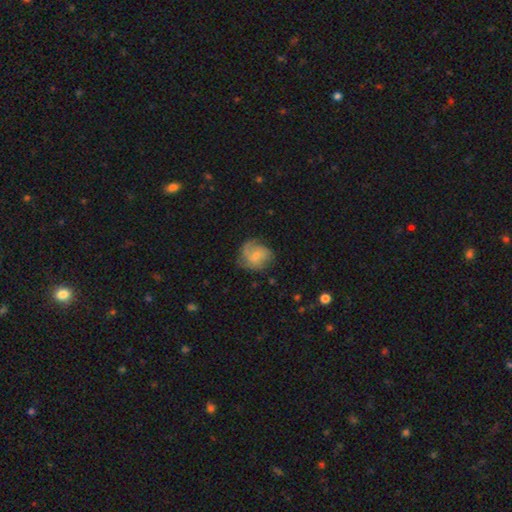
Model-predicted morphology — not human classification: Smooth or featured? Predicted: featured or disk (p=0.49). Merging? Predicted: none (p=0.57).